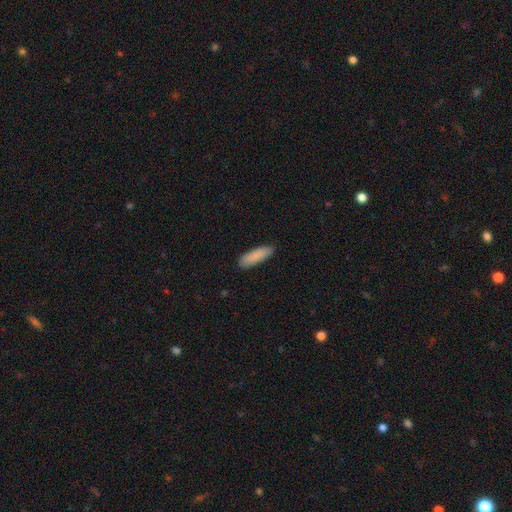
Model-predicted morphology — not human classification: A smooth galaxy with no disk features (88%) that is cigar-shaped (61%).

Vote fractions:
- Smooth or featured? smooth: 88% / featured or disk: 6% / star or artifact: 6%
- How rounded? cigar-shaped: 61% / in between: 38% / round: 1%
- Merging? none: 88% / minor disturbance: 10% / major disturbance: 2% / merger: 1%